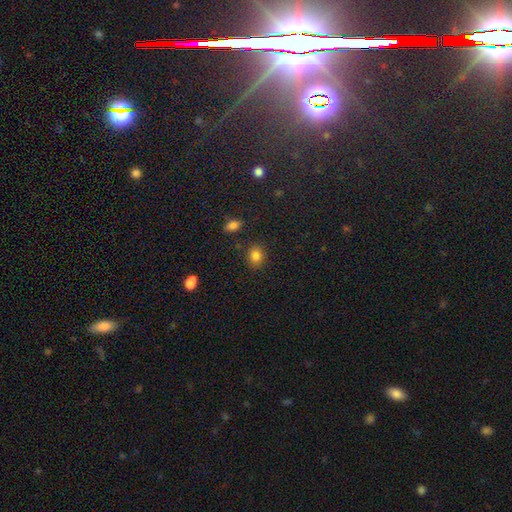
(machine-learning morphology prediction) A smooth galaxy with no disk features (83%) that is round (56%). Merging: none (84%).